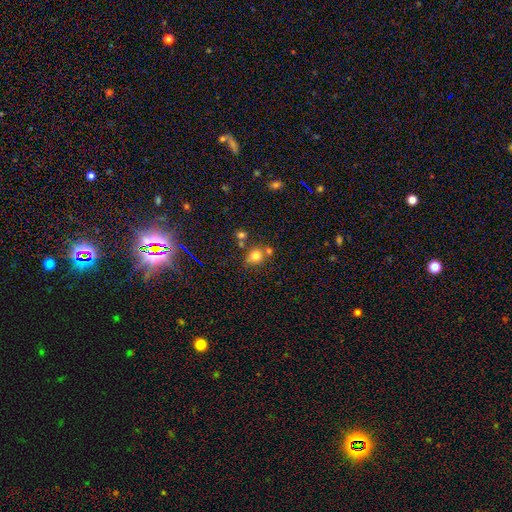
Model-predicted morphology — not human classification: Overall: smooth (76%). How rounded: round (75%). Merging: none (62%).